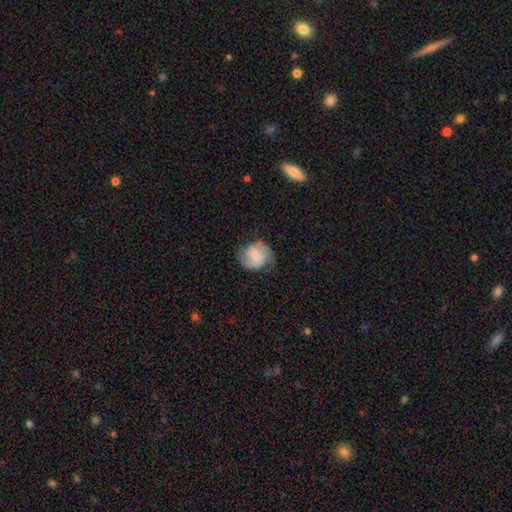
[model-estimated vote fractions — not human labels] featured or disk 50%, smooth 43%, star or artifact 7%. Down the decision tree: edge-on disk — no (98%); merging — none (69%).